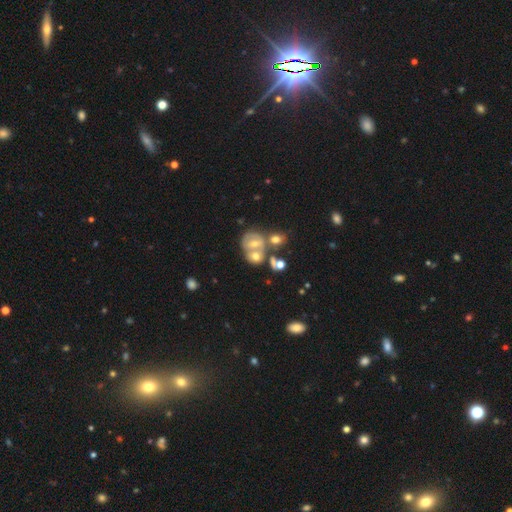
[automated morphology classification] Smooth or featured? Predicted: featured or disk (p=0.39). Merging? Predicted: none (p=0.41).